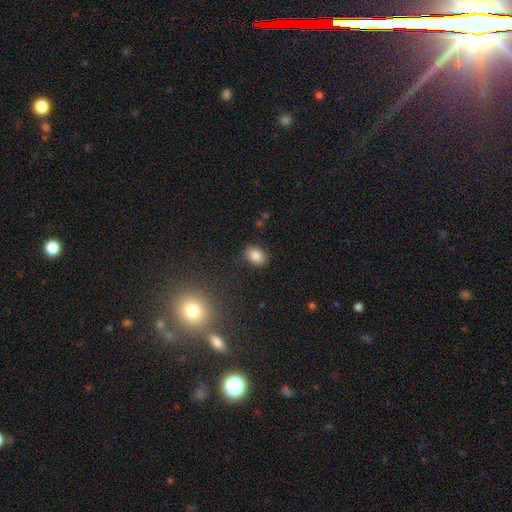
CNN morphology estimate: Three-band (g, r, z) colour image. It shows a smooth galaxy with no disk features (83%) that is in between round and cigar-shaped (63%). Merging: none (81%).